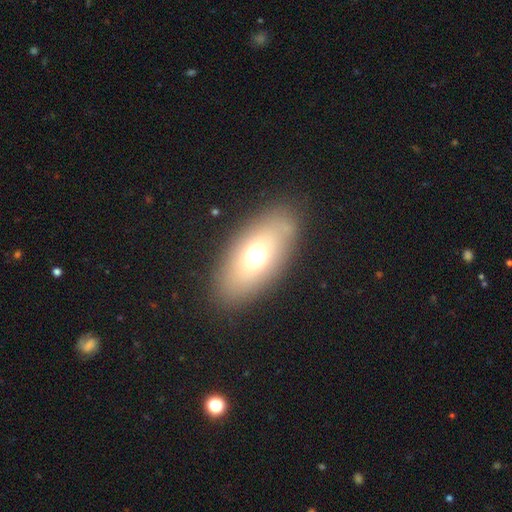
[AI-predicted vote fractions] Morphology: type=smooth (63%); roundness=in between (86%); merging=none (84%).